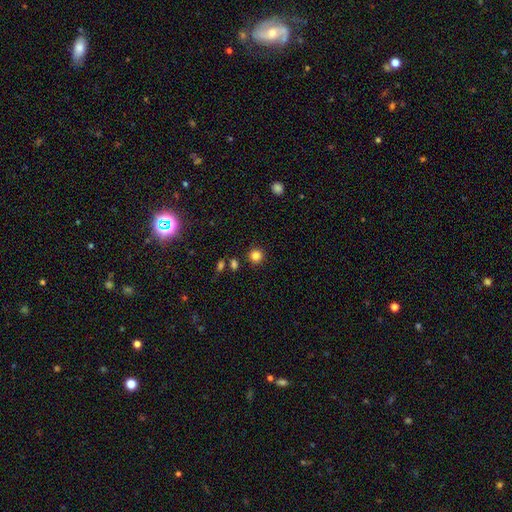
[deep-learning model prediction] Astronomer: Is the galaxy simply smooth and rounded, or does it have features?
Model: smooth — 84%.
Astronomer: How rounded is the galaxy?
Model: round — 94%.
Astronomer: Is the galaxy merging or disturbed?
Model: none — 88%.